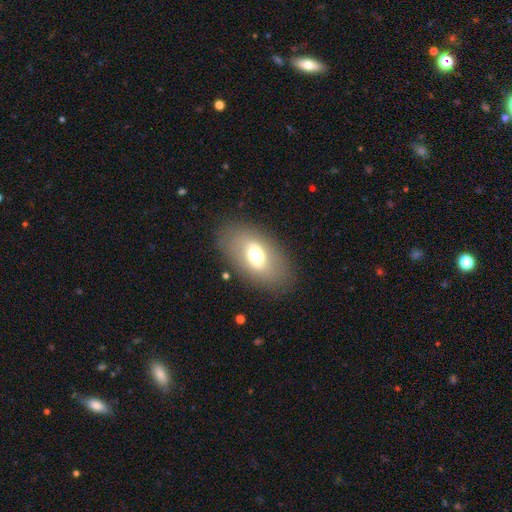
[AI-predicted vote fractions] Smooth or featured? smooth (58%)
How rounded? in between (89%)
Merging? none (83%)